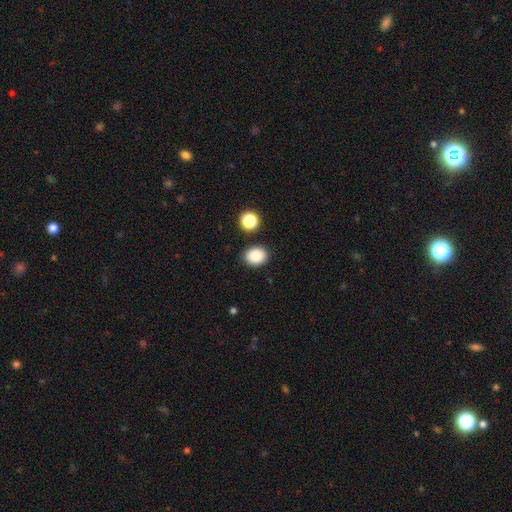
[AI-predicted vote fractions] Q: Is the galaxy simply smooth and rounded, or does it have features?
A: smooth — 86%.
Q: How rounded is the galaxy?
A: round — 52%.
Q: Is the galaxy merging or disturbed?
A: none — 86%.